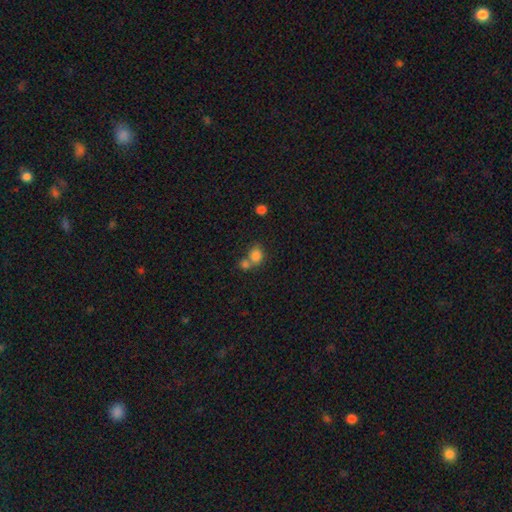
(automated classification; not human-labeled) smooth-or-featured: smooth: 82% | star or artifact: 11% | featured or disk: 7%
  how-rounded: round: 65% | in between: 34% | cigar-shaped: 1%
  merging: merger: 46% | none: 41% | minor disturbance: 9% | major disturbance: 4%